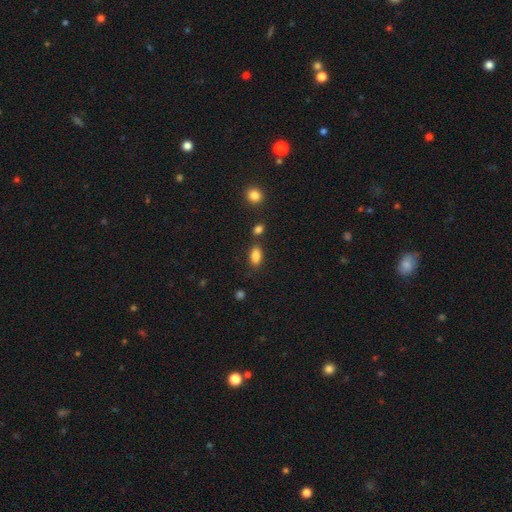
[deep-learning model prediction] A smooth galaxy with no disk features (86%) that is in between round and cigar-shaped (88%).

Vote fractions:
- Smooth or featured? smooth: 86% / star or artifact: 9% / featured or disk: 5%
- How rounded? in between: 88% / round: 6% / cigar-shaped: 6%
- Merging? none: 76% / minor disturbance: 12% / merger: 8% / major disturbance: 4%